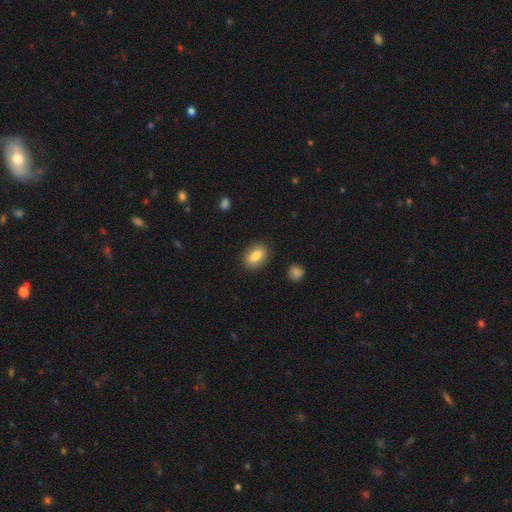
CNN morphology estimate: This is clearly a smooth galaxy (82%). How rounded: clearly in between (82%). Merging: clearly none (86%).